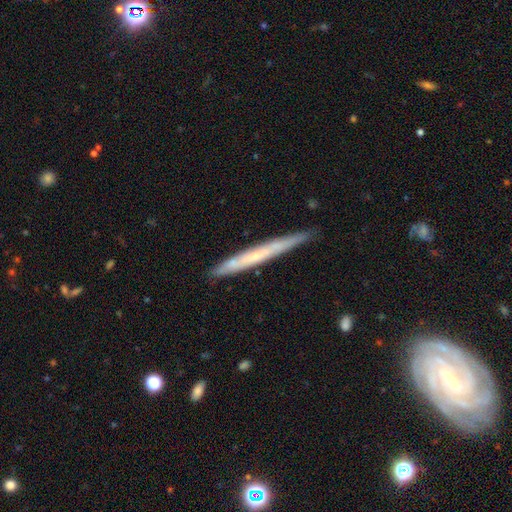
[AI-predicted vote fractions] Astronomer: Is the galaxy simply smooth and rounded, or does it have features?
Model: featured or disk — 49% (runner-up: smooth, 45%).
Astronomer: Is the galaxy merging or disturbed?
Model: none — 84%.